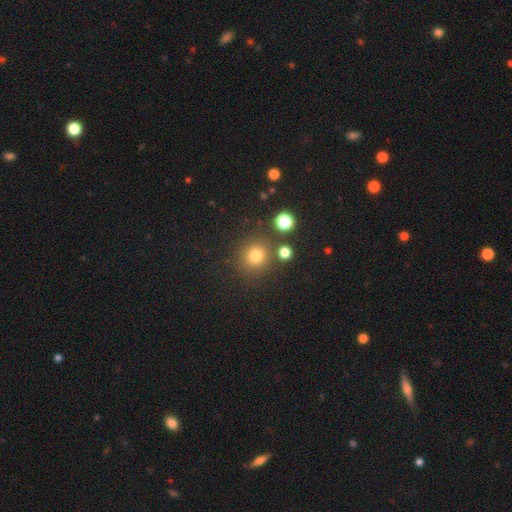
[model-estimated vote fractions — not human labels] Smooth or featured: smooth — 77% (star or artifact — 16%)
How rounded: round — 90% (in between — 9%)
Merging: none — 80% (minor disturbance — 9%)